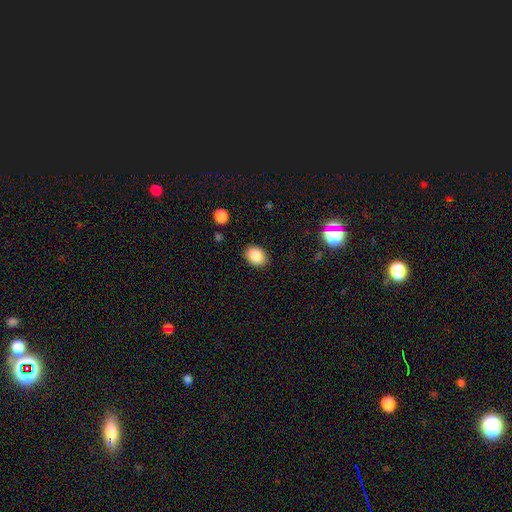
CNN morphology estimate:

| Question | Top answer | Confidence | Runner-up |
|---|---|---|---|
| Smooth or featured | smooth | 87% | star or artifact (9%) |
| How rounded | in between | 63% | round (36%) |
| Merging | none | 87% | minor disturbance (10%) |